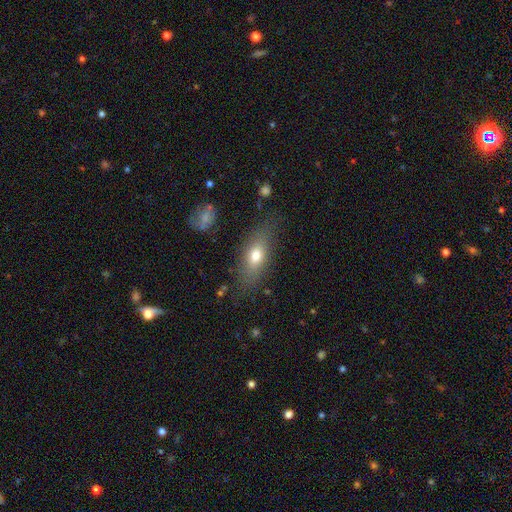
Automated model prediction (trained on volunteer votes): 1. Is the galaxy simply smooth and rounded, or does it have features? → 70% smooth, 21% featured or disk, 8% star or artifact.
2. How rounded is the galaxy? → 69% in between, 25% cigar-shaped, 6% round.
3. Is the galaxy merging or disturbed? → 77% none, 15% minor disturbance, 6% major disturbance, 3% merger.